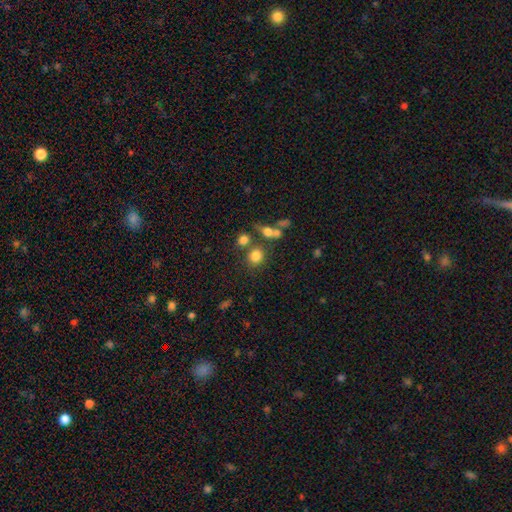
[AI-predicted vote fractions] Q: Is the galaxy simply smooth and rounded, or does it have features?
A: smooth — 77%.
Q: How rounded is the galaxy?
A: round — 79%.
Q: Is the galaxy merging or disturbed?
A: none — 64%.